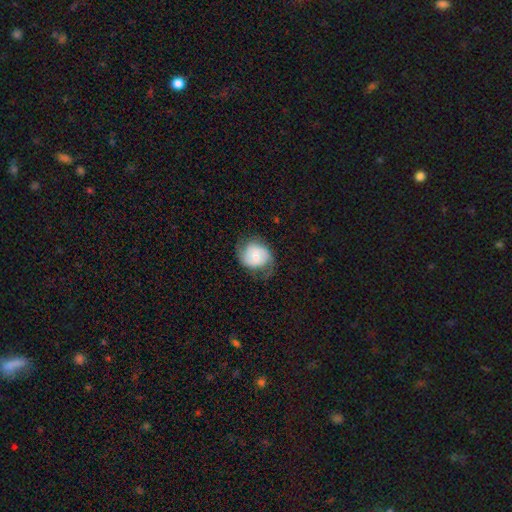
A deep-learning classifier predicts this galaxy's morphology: Smooth or featured? featured or disk (56%)
Edge-on disk? no (97%)
Bar? weak (45%)
Spiral arms? yes (86%)
Bulge size? moderate (44%)
Merging? none (60%)